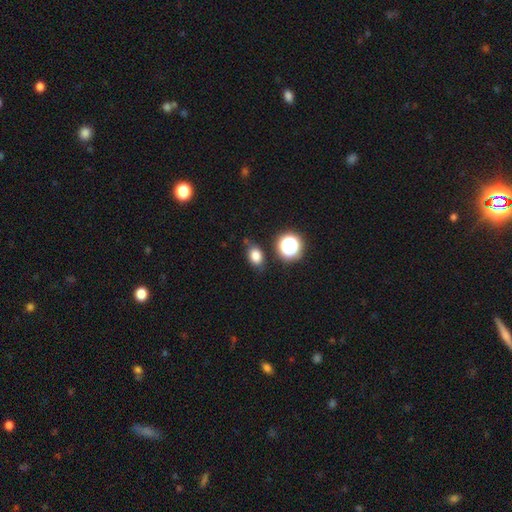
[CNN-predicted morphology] Smooth or featured?
  - smooth: 79% *
  - star or artifact: 14%
  - featured or disk: 7%
How rounded?
  - in between: 70% *
  - round: 28%
  - cigar-shaped: 2%
Merging?
  - none: 78% *
  - minor disturbance: 14%
  - merger: 4%
  - major disturbance: 4%